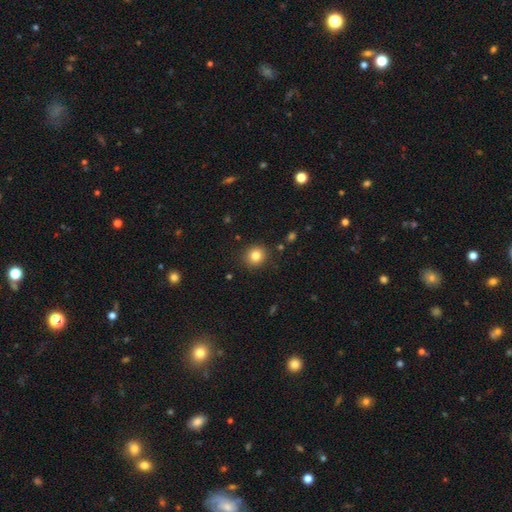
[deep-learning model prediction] Overall: smooth (83%). How rounded: round (89%). Merging: none (89%).